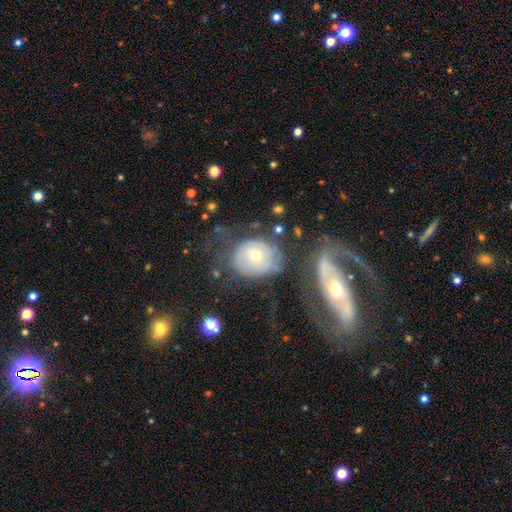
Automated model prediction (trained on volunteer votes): Morphology: type=featured or disk (56%); edge-on=no (95%); bar=no (82%); spiral arms=yes (59%); bulge=moderate (49%); merging=none (41%).